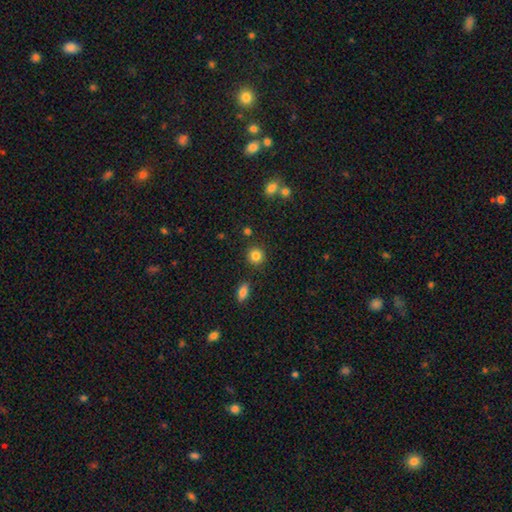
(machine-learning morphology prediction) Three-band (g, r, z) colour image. It shows a smooth galaxy with no disk features (85%) that is round (90%). Merging: none (88%).